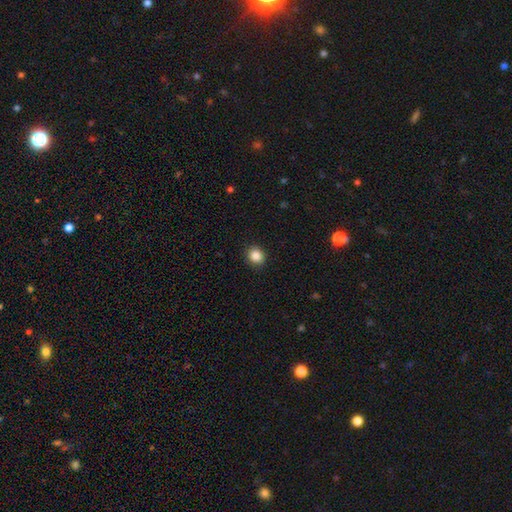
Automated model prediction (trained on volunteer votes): Smooth or featured? Predicted: smooth (p=0.87). How rounded? Predicted: round (p=0.81). Merging? Predicted: none (p=0.91).